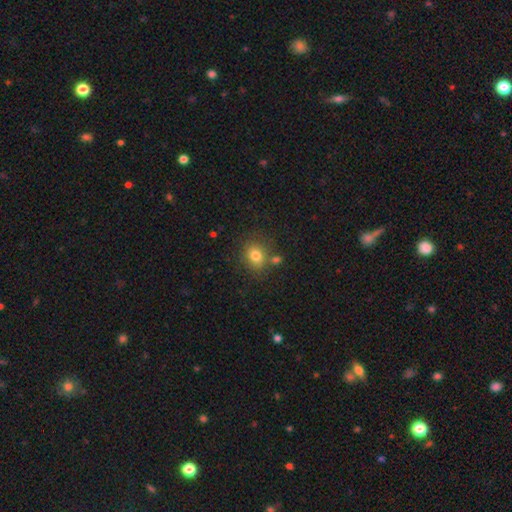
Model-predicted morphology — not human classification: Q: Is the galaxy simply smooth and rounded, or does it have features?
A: smooth — 79%.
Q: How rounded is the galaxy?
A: round — 64%.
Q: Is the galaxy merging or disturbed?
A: none — 71%.